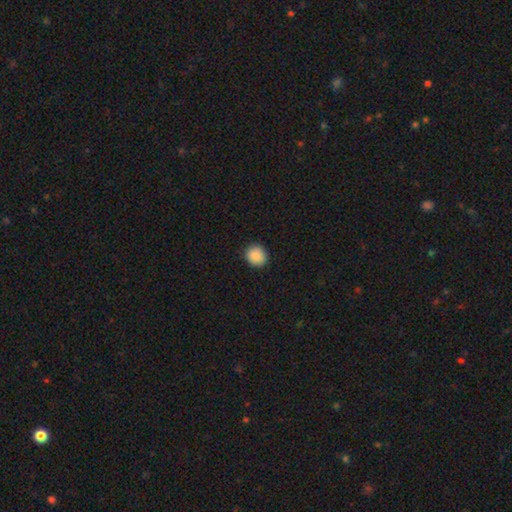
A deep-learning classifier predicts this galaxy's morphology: Smooth or featured?
  - smooth: 89% *
  - star or artifact: 8%
  - featured or disk: 2%
How rounded?
  - round: 83% *
  - in between: 16%
  - cigar-shaped: 1%
Merging?
  - none: 90% *
  - minor disturbance: 7%
  - major disturbance: 2%
  - merger: 1%